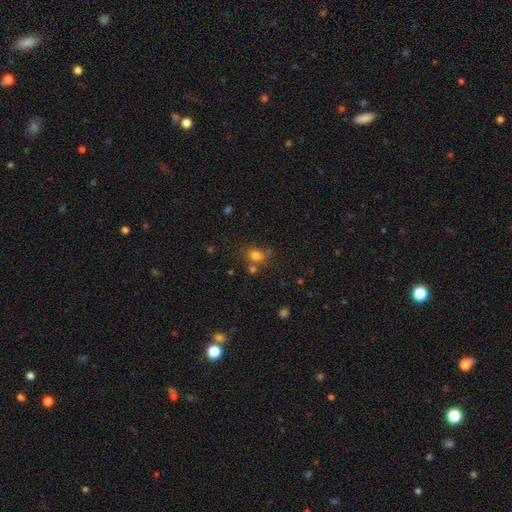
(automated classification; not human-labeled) This is likely a smooth galaxy (77%). How rounded: possibly in between (52%). Merging: likely none (63%).